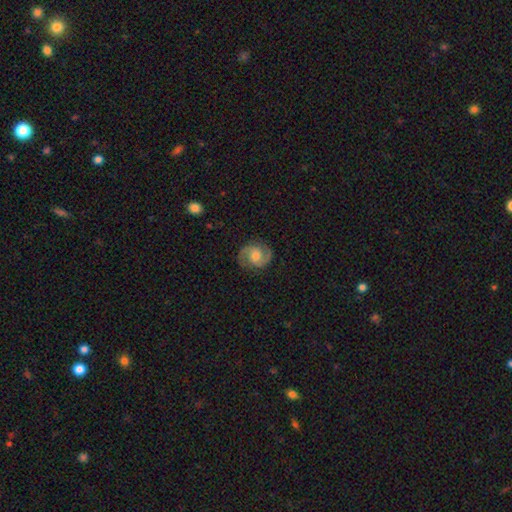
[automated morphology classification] A featured or disk galaxy (85%) with no bar (56%), 2 (93%) medium (56%) spiral arms (97%) and a moderate central bulge (56%).

Vote fractions:
- Smooth or featured? featured or disk: 85% / smooth: 10% / star or artifact: 6%
- Edge-on disk? no: 98% / yes: 2%
- Bar? no: 56% / weak: 37% / strong: 7%
- Spiral arms? yes: 97% / no: 3%
- Spiral winding? medium: 56% / tight: 31% / loose: 13%
- Spiral arm count? 2: 93% / can't tell: 2% / 1: 1% / 3: 1% / 4: 1% / more than 4: 1%
- Bulge size? moderate: 56% / small: 35% / large: 4% / none: 3% / dominant: 1%
- Merging? none: 85% / minor disturbance: 11% / major disturbance: 3% / merger: 1%